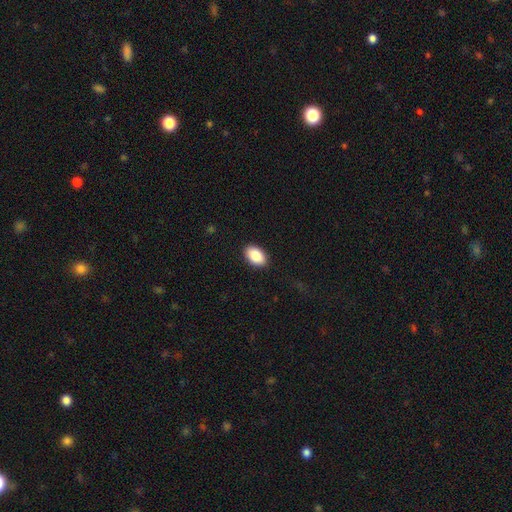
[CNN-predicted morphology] This is clearly a smooth galaxy (88%). How rounded: clearly in between (93%). Merging: clearly none (90%).